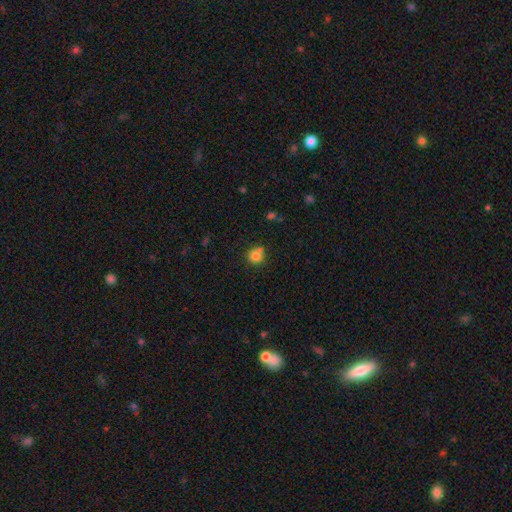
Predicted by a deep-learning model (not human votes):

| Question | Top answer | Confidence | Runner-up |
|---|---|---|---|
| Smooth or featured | smooth | 82% | star or artifact (11%) |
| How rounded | round | 89% | in between (11%) |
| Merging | none | 69% | minor disturbance (16%) |